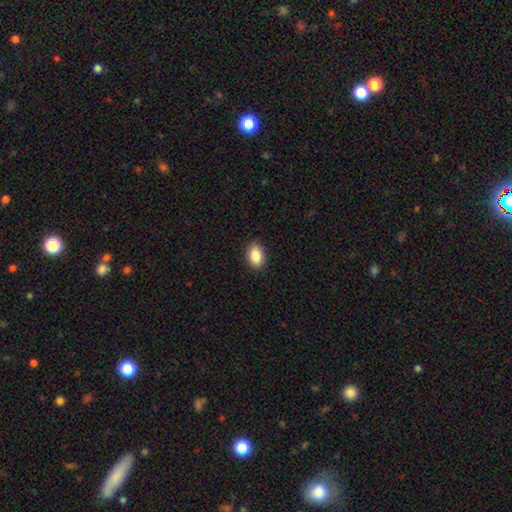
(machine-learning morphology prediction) Overall: smooth (86%). How rounded: in between (84%). Merging: none (90%).